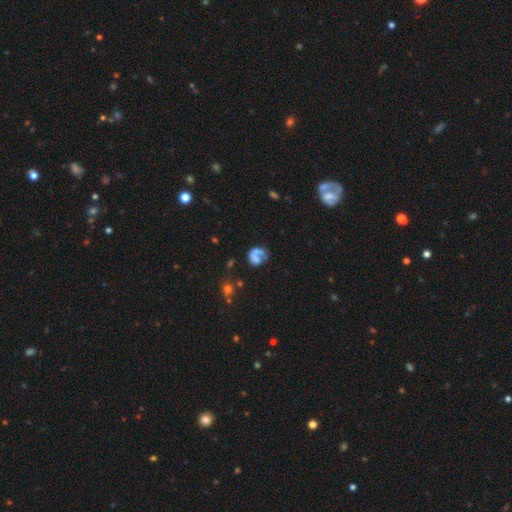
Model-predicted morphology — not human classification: Smooth or featured: smooth — 45% (featured or disk — 41%)
Merging: none — 31% (merger — 27%)